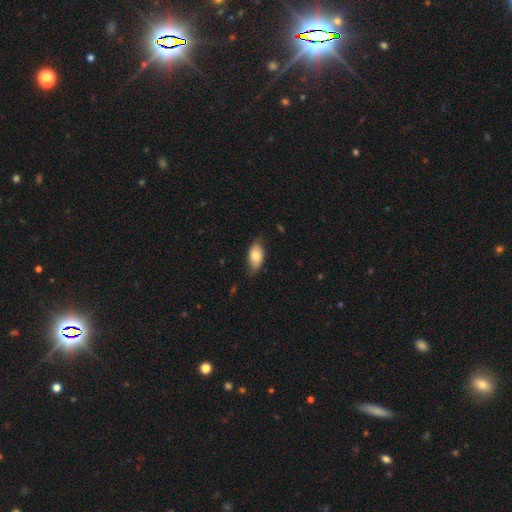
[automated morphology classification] Smooth or featured? smooth (77%)
How rounded? in between (92%)
Merging? none (74%)